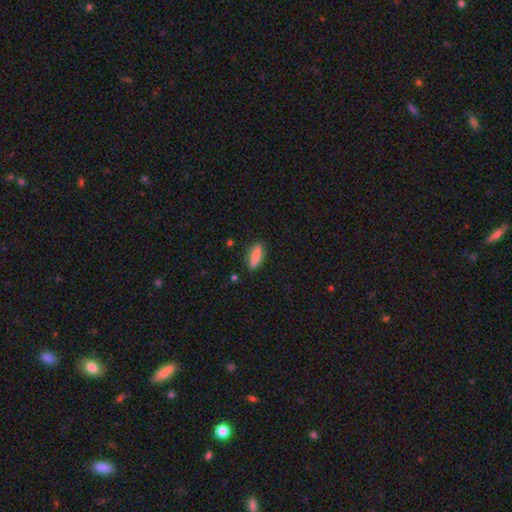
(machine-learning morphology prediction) Smooth or featured?
  - smooth: 82% *
  - featured or disk: 11%
  - star or artifact: 7%
How rounded?
  - in between: 53% *
  - cigar-shaped: 45%
  - round: 2%
Merging?
  - none: 81% *
  - minor disturbance: 14%
  - major disturbance: 3%
  - merger: 2%